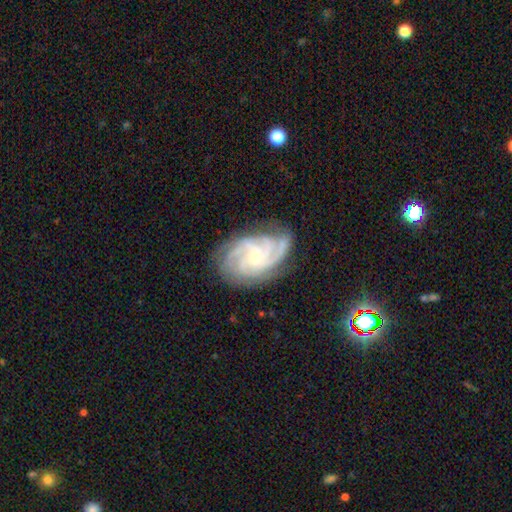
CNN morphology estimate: Smooth or featured? featured or disk (90%)
Edge-on disk? no (97%)
Bar? no (56%)
Spiral arms? yes (98%)
Spiral winding? tight (60%)
Spiral arm count? 4 (36%)
Bulge size? small (64%)
Merging? none (76%)